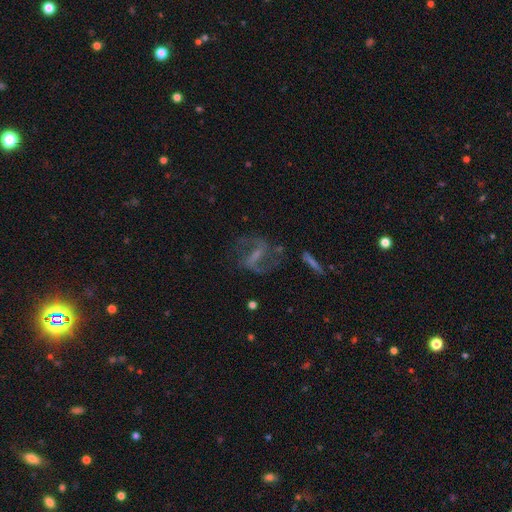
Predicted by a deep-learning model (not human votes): This appears to be a featured or disk galaxy (80%) with a strong bar (54%), 2 (89%) loose (45%) spiral arms (89%) and a small central bulge (40%). Merging: none (67%).